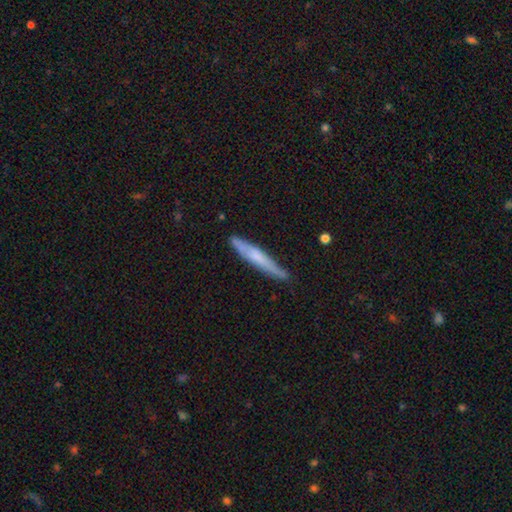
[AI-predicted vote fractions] The model was most divided on "smooth or featured": smooth: 51%, featured or disk: 43%, star or artifact: 6%. More confident: how rounded — cigar-shaped (94%); merging — none (81%).